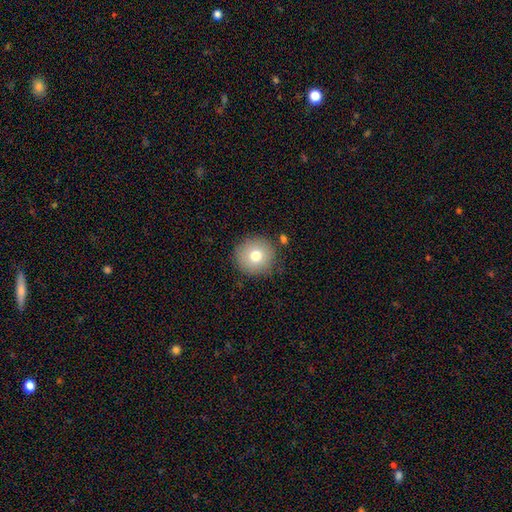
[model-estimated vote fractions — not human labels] A smooth galaxy with no disk features (75%) that is round (95%). Merging: none (86%).